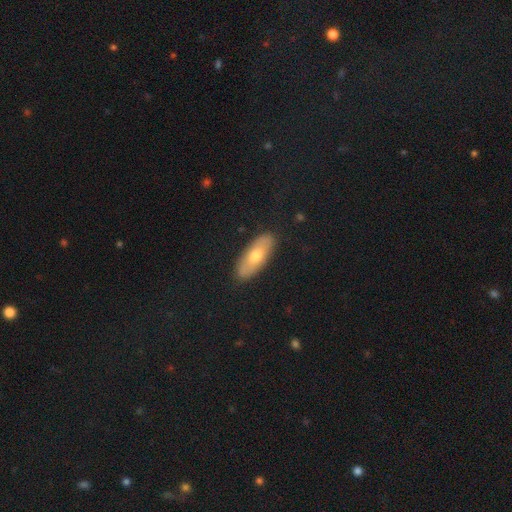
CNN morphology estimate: A smooth galaxy with no disk features (62%) that is in between round and cigar-shaped (72%).

Vote fractions:
- Smooth or featured? smooth: 62% / featured or disk: 30% / star or artifact: 8%
- How rounded? in between: 72% / cigar-shaped: 25% / round: 3%
- Merging? none: 88% / minor disturbance: 9% / major disturbance: 2% / merger: 1%